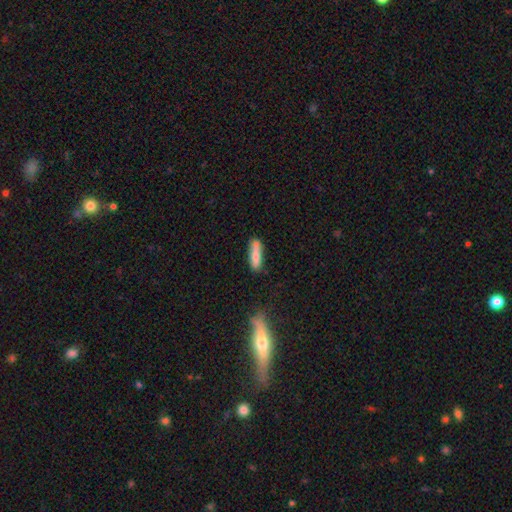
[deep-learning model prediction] Smooth or featured?
  - smooth: 75% *
  - featured or disk: 19%
  - star or artifact: 7%
How rounded?
  - cigar-shaped: 69% *
  - in between: 29%
  - round: 2%
Merging?
  - none: 72% *
  - minor disturbance: 18%
  - merger: 6%
  - major disturbance: 4%